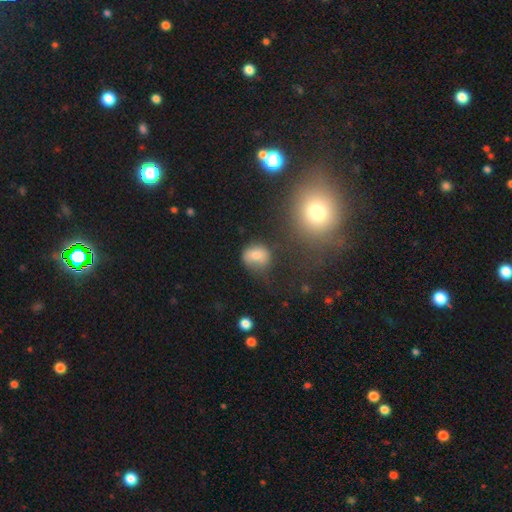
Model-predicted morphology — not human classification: smooth-or-featured: smooth: 70% | featured or disk: 16% | star or artifact: 14%
  how-rounded: round: 65% | in between: 34% | cigar-shaped: 1%
  merging: none: 53% | minor disturbance: 27% | major disturbance: 14% | merger: 6%